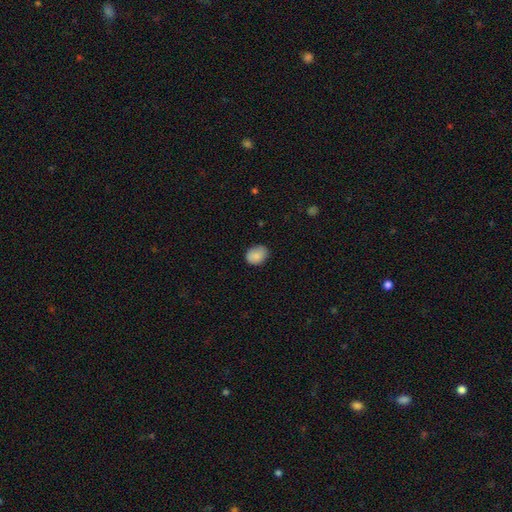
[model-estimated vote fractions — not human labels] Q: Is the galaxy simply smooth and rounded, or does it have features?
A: smooth — 87%.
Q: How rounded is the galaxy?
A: in between — 56%.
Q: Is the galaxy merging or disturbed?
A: none — 77%.